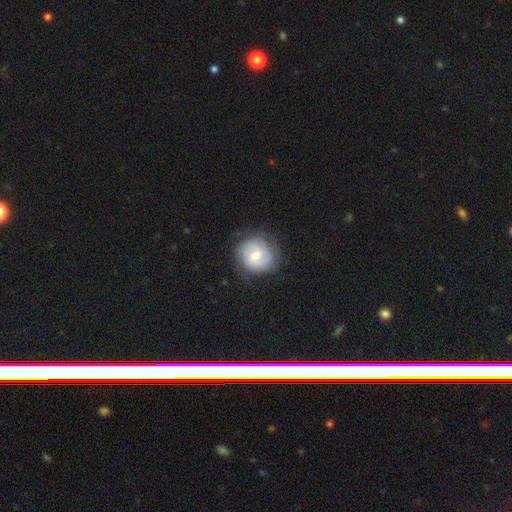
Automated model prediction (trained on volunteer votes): featured or disk 60%, smooth 33%, star or artifact 7%. Down the decision tree: edge-on disk — no (98%); bar — weak (49%); spiral arms — yes (88%); spiral arm count — 2 (60%); spiral winding — tight (54%); bulge size — moderate (57%); merging — none (76%).